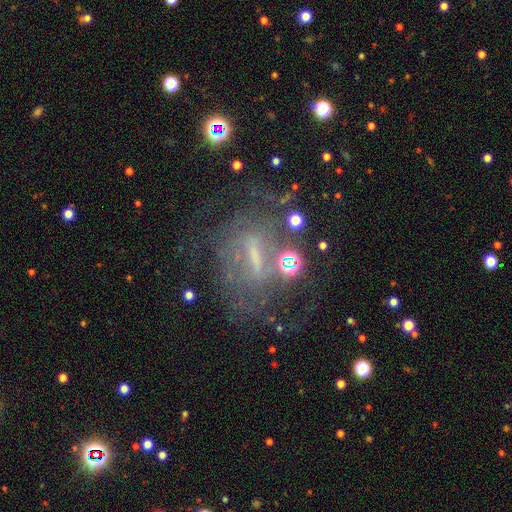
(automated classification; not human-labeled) featured or disk 64%, star or artifact 20%, smooth 17%. Down the decision tree: edge-on disk — no (87%); bar — strong (57%); spiral arms — yes (54%); bulge size — none (35%); merging — none (52%).